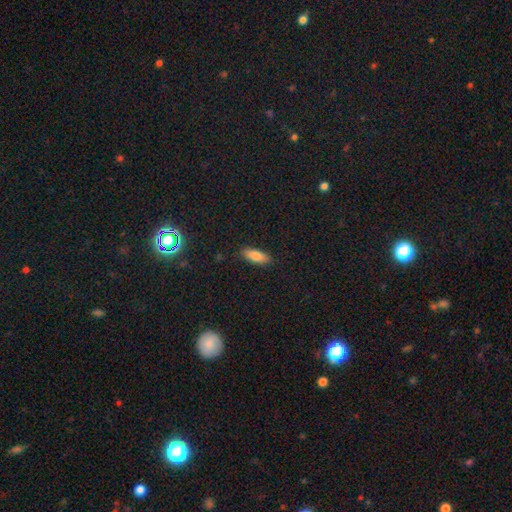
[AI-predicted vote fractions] A smooth galaxy with no disk features (84%) that is in between round and cigar-shaped (71%).

Vote fractions:
- Smooth or featured? smooth: 84% / featured or disk: 8% / star or artifact: 8%
- How rounded? in between: 71% / cigar-shaped: 27% / round: 2%
- Merging? none: 87% / minor disturbance: 9% / major disturbance: 2% / merger: 1%